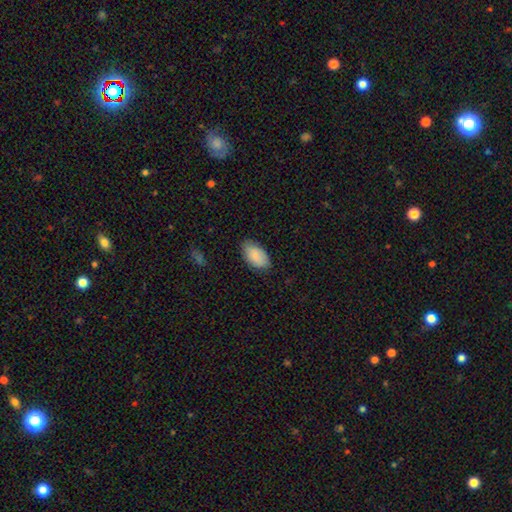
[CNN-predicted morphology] Smooth or featured? Predicted: smooth (p=0.86). How rounded? Predicted: in between (p=0.94). Merging? Predicted: none (p=0.78).